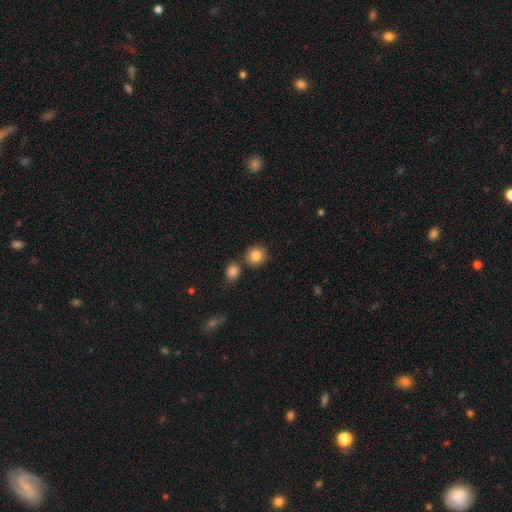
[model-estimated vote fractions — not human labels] Overall: smooth (85%). How rounded: round (85%). Merging: none (74%).